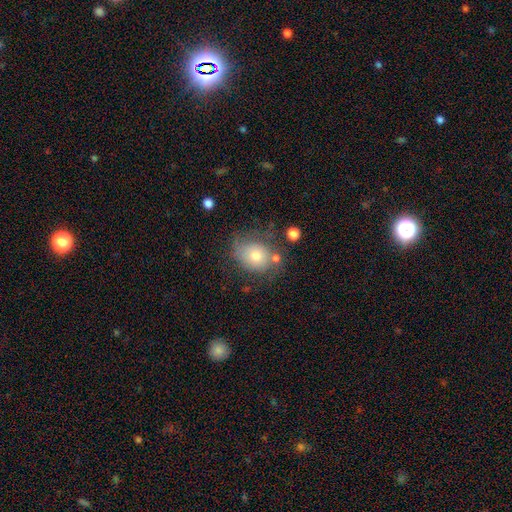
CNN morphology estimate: Smooth or featured? smooth (64%)
How rounded? round (53%)
Merging? none (55%)